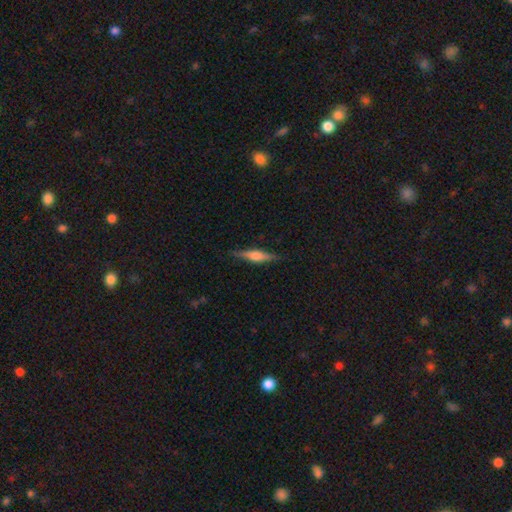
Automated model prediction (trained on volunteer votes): Smooth or featured: featured or disk — 53% (smooth — 40%)
Edge-on disk: yes — 96% (no — 4%)
Edge-on bulge: rounded — 70% (boxy — 22%)
Merging: none — 85% (minor disturbance — 11%)